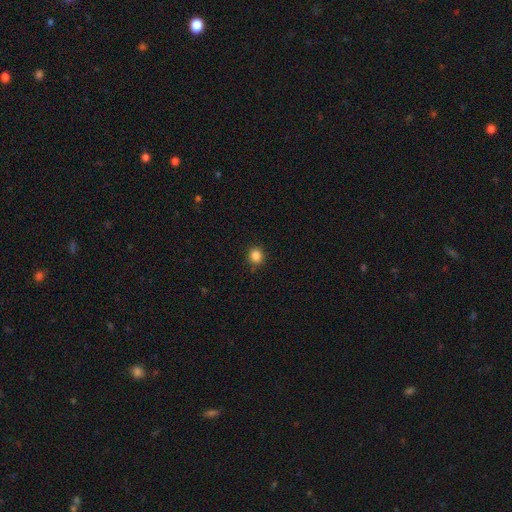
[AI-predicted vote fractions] A smooth galaxy with no disk features (85%) that is round (88%). Merging: none (87%).